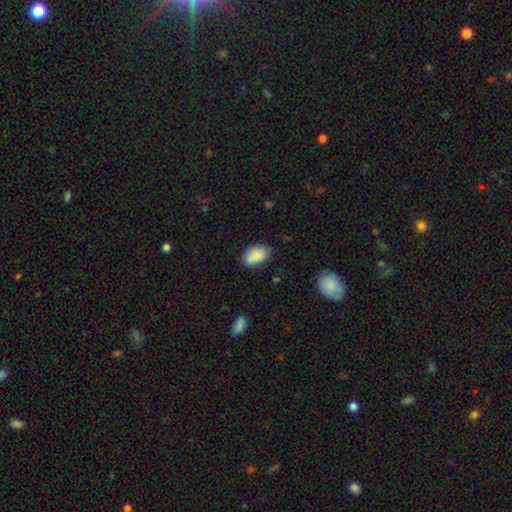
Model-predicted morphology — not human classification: Smooth or featured?
  - smooth: 84% *
  - featured or disk: 9%
  - star or artifact: 7%
How rounded?
  - in between: 91% *
  - round: 7%
  - cigar-shaped: 2%
Merging?
  - none: 70% *
  - minor disturbance: 21%
  - merger: 5%
  - major disturbance: 4%